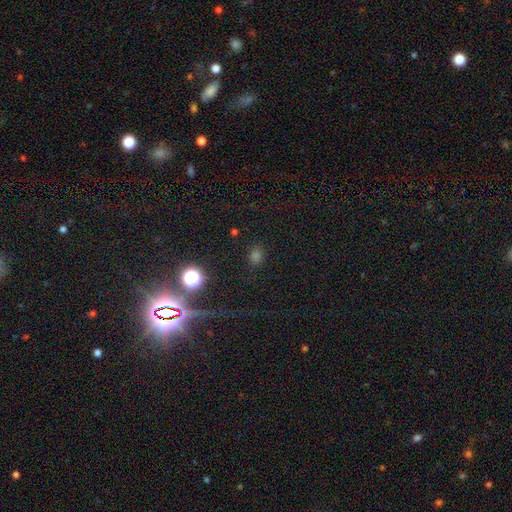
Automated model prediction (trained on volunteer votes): Smooth or featured?
  - smooth: 51% *
  - star or artifact: 41%
  - featured or disk: 8%
How rounded?
  - round: 51% *
  - in between: 46%
  - cigar-shaped: 3%
Merging?
  - none: 84% *
  - minor disturbance: 9%
  - major disturbance: 5%
  - merger: 2%